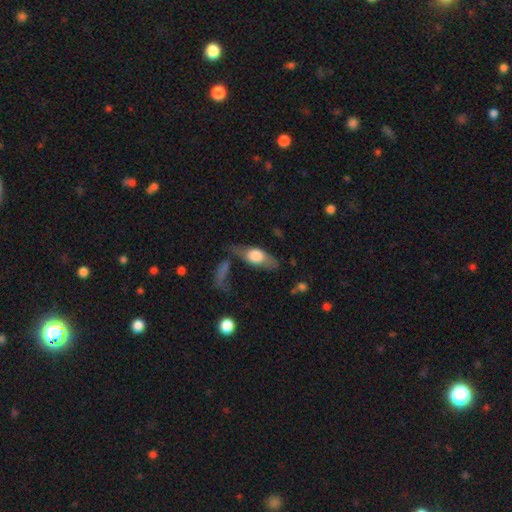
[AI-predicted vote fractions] Q: Smooth or featured?
A: smooth (52%); runner-up: featured or disk (40%)
Q: How rounded?
A: in between (70%); runner-up: cigar-shaped (23%)
Q: Merging?
A: none (49%); runner-up: minor disturbance (21%)